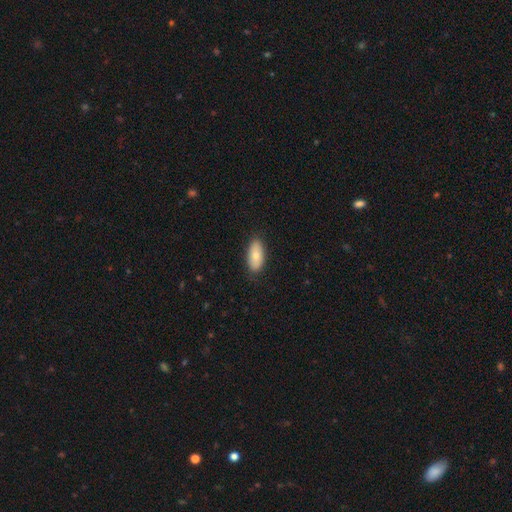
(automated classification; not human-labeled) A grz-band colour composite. It shows a smooth galaxy with no disk features (79%) that is in between round and cigar-shaped (89%). Merging: none (86%).